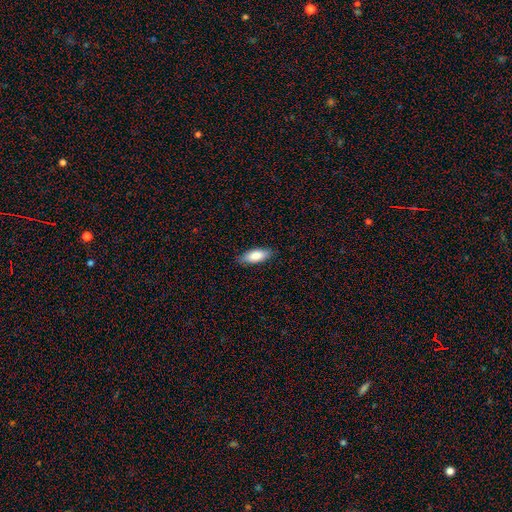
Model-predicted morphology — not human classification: Smooth or featured? smooth (83%)
How rounded? in between (78%)
Merging? none (87%)